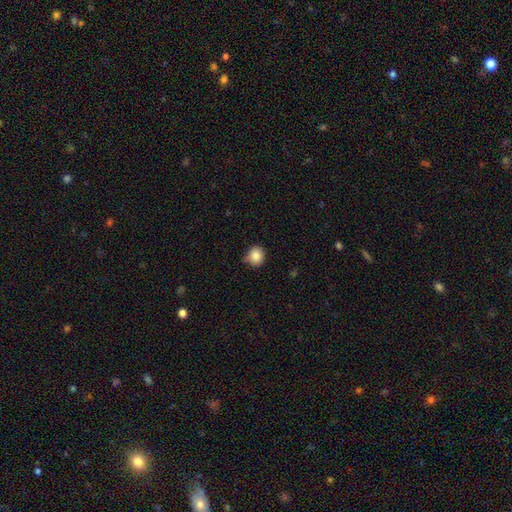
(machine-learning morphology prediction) smooth 86%, star or artifact 9%, featured or disk 5%. Down the decision tree: how rounded — round (80%); merging — none (69%).